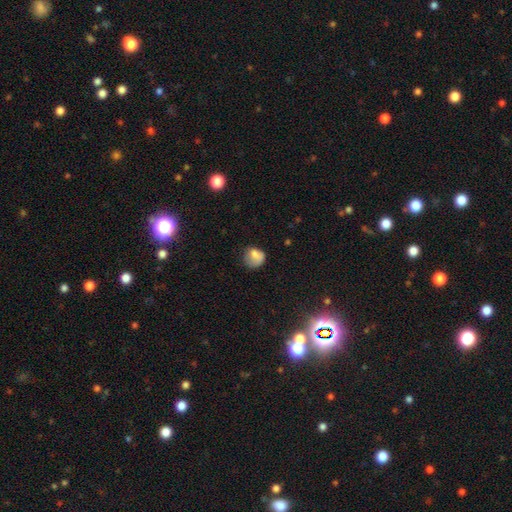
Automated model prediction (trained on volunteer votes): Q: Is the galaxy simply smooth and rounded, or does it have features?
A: smooth — 76%.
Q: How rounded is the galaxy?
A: round — 69%.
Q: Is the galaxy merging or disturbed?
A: none — 46%.